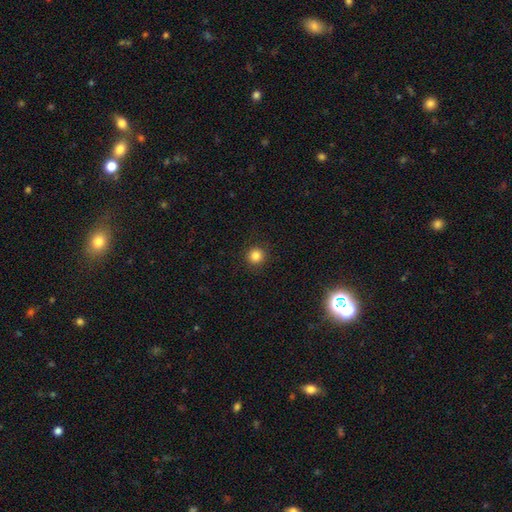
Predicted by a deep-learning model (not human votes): Q: Smooth or featured?
A: smooth (84%); runner-up: star or artifact (12%)
Q: How rounded?
A: round (94%); runner-up: in between (5%)
Q: Merging?
A: none (92%); runner-up: minor disturbance (5%)